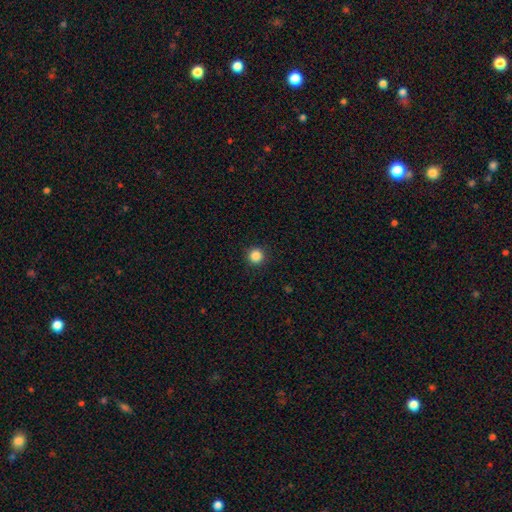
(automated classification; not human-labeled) A smooth galaxy with no disk features (87%) that is round (96%). Merging: none (92%).